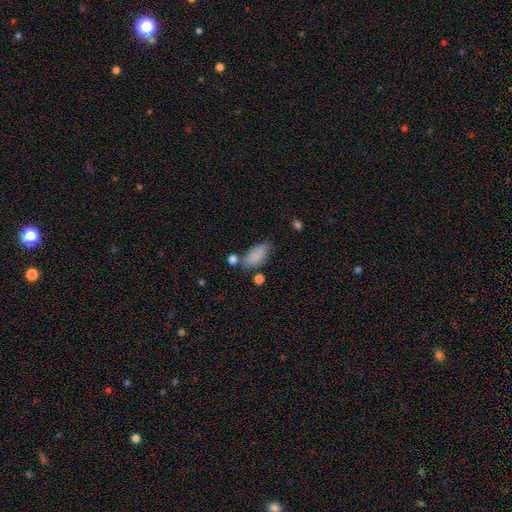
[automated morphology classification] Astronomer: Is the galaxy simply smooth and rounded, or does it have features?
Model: smooth — 85%.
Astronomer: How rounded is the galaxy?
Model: in between — 87%.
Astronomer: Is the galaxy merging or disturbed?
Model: none — 59%.